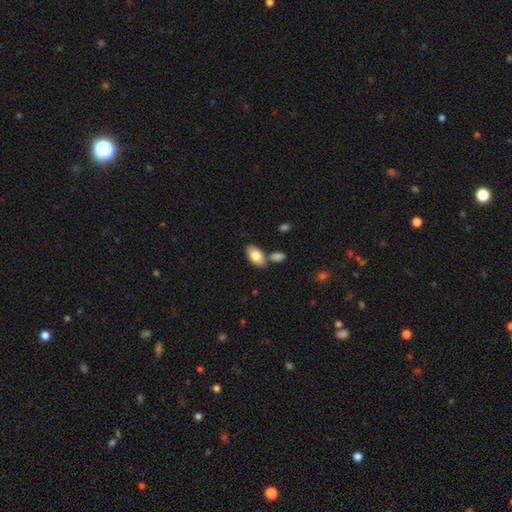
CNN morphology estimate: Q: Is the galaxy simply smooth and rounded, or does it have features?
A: smooth — 81%.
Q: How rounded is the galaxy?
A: in between — 94%.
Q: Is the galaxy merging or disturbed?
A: none — 66%.